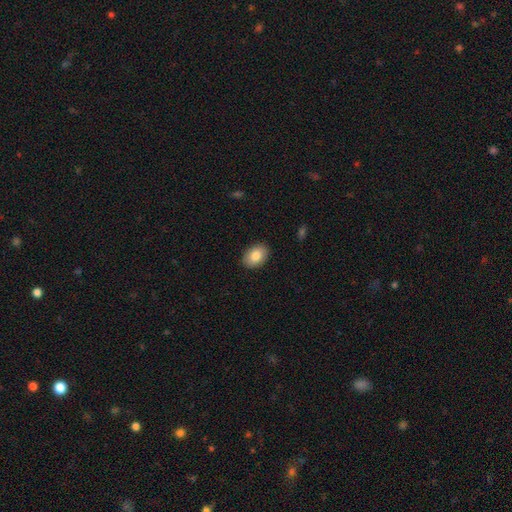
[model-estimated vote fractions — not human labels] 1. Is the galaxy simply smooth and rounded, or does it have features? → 84% smooth, 9% featured or disk, 7% star or artifact.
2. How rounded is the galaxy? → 84% in between, 15% round, 1% cigar-shaped.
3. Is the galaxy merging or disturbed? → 90% none, 8% minor disturbance, 2% major disturbance, 1% merger.